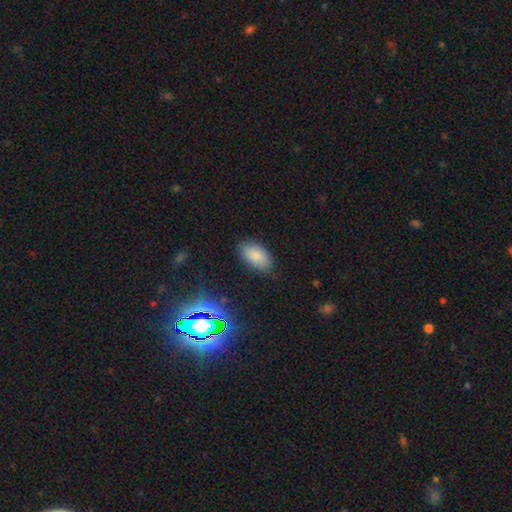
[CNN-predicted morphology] type=smooth (84%); roundness=in between (94%); merging=none (82%).